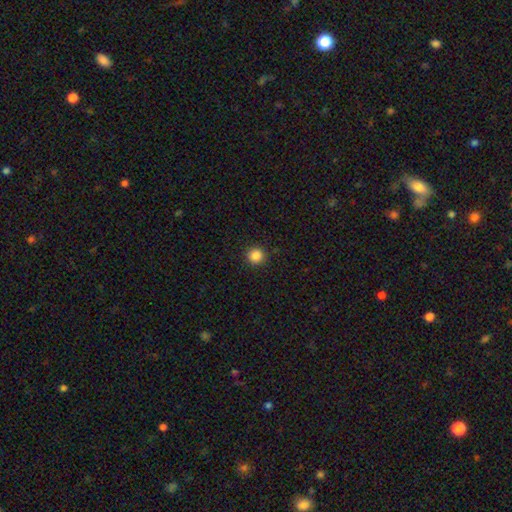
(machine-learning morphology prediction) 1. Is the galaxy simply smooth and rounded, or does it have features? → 86% smooth, 11% star or artifact, 3% featured or disk.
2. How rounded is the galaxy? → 95% round, 4% in between, 1% cigar-shaped.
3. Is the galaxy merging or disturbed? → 93% none, 5% minor disturbance, 2% major disturbance, 1% merger.